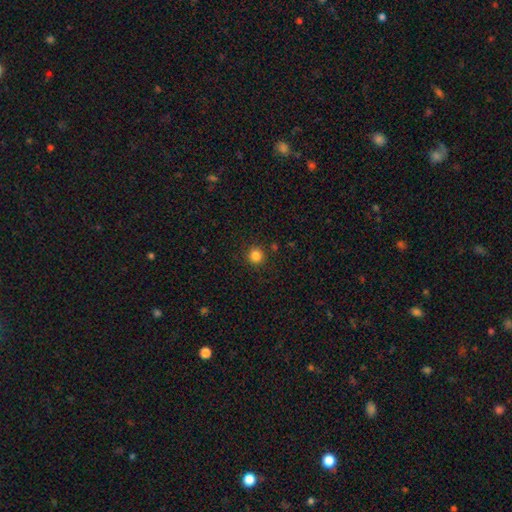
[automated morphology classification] A smooth galaxy with no disk features (84%) that is round (94%).

Vote fractions:
- Smooth or featured? smooth: 84% / star or artifact: 12% / featured or disk: 4%
- How rounded? round: 94% / in between: 5% / cigar-shaped: 1%
- Merging? none: 90% / minor disturbance: 6% / major disturbance: 2% / merger: 2%